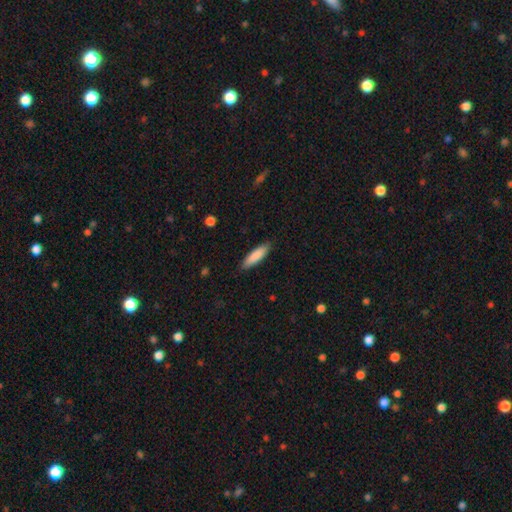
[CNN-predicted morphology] Smooth or featured?
  - smooth: 86% *
  - featured or disk: 9%
  - star or artifact: 6%
How rounded?
  - cigar-shaped: 65% *
  - in between: 34%
  - round: 1%
Merging?
  - none: 87% *
  - minor disturbance: 10%
  - major disturbance: 2%
  - merger: 1%